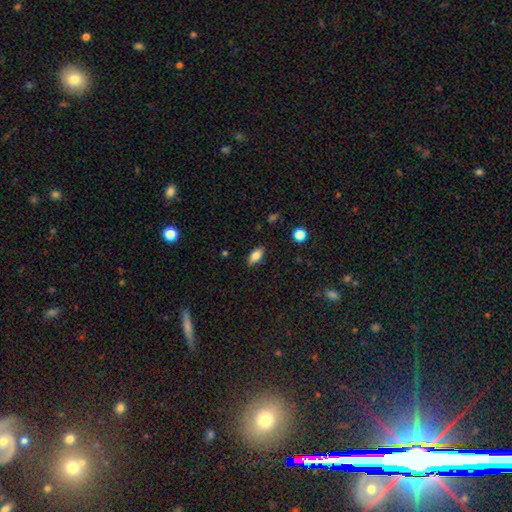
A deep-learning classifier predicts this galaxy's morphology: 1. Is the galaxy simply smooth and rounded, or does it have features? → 82% smooth, 10% featured or disk, 8% star or artifact.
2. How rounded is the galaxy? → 88% in between, 8% cigar-shaped, 4% round.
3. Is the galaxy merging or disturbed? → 87% none, 10% minor disturbance, 2% major disturbance, 1% merger.